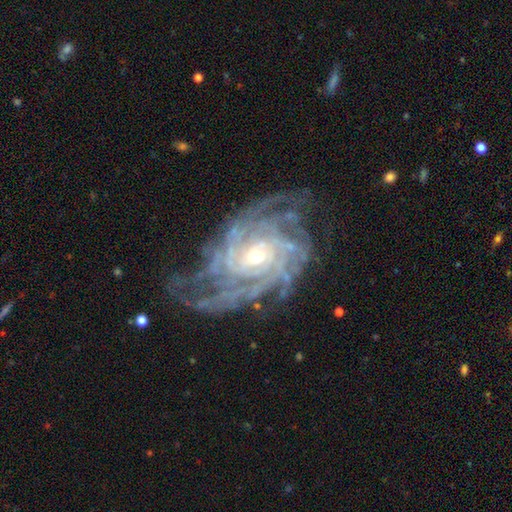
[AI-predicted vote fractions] Smooth or featured? featured or disk (91%)
Edge-on disk? no (96%)
Bar? no (63%)
Spiral arms? yes (98%)
Spiral winding? tight (71%)
Spiral arm count? can't tell (25%)
Bulge size? small (52%)
Merging? none (69%)